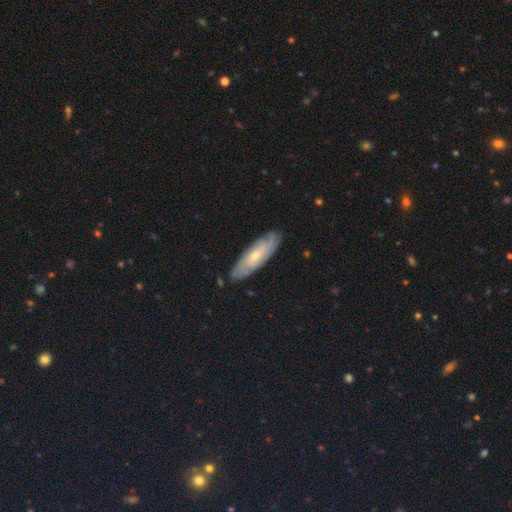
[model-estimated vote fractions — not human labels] featured or disk 62%, smooth 32%, star or artifact 6%. Down the decision tree: edge-on disk — no (73%); merging — none (83%).